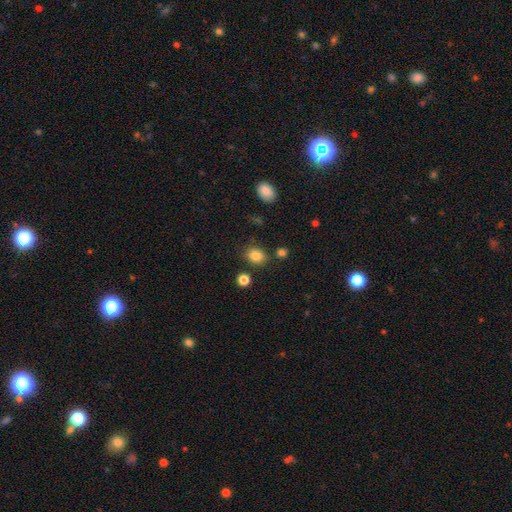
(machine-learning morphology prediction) Smooth or featured? smooth (83%)
How rounded? round (52%)
Merging? none (82%)